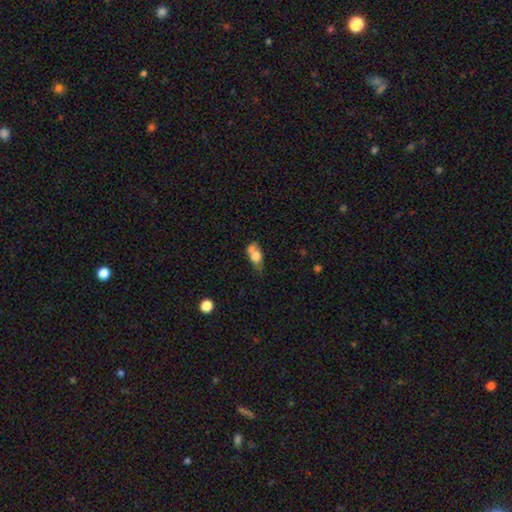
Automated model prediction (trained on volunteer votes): Smooth or featured? smooth (67%)
How rounded? in between (70%)
Merging? merger (44%)